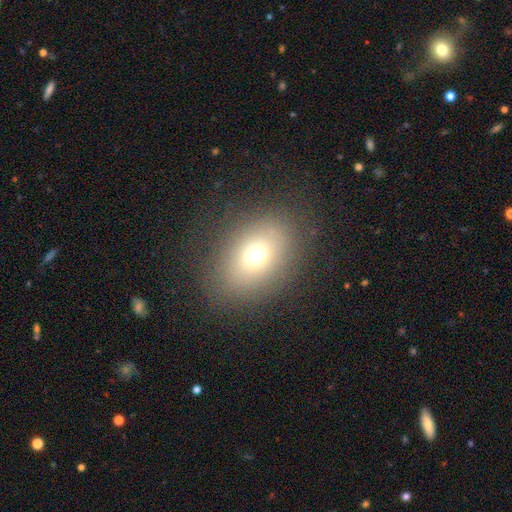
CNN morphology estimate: type=smooth (70%); roundness=in between (68%); merging=none (83%).